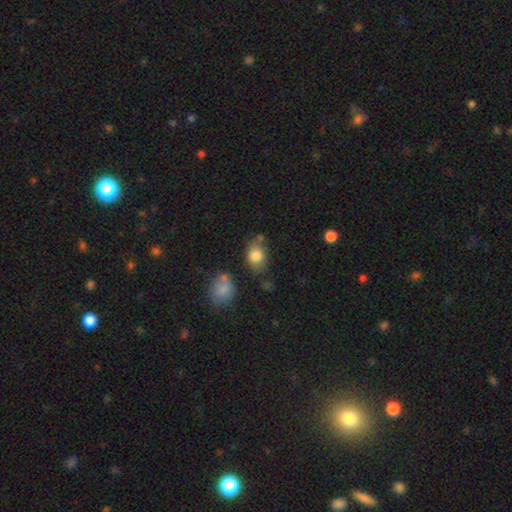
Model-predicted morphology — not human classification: smooth_or_featured: smooth (p=0.83) [alt: star or artifact p=0.09]
how_rounded: in between (p=0.70) [alt: round p=0.29]
merging: none (p=0.62) [alt: minor disturbance p=0.22]